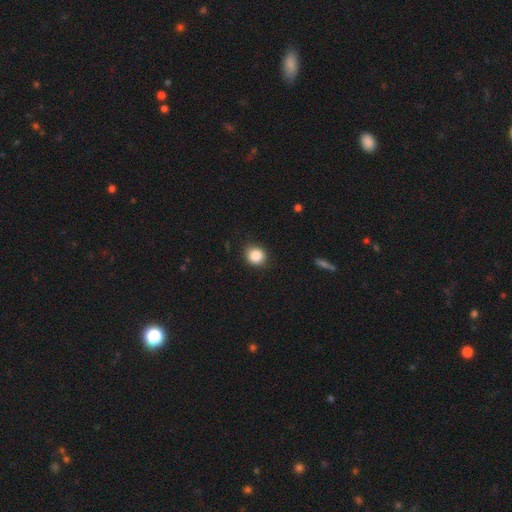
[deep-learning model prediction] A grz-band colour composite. It shows a smooth galaxy with no disk features (87%) that is round (84%). Merging: none (86%).